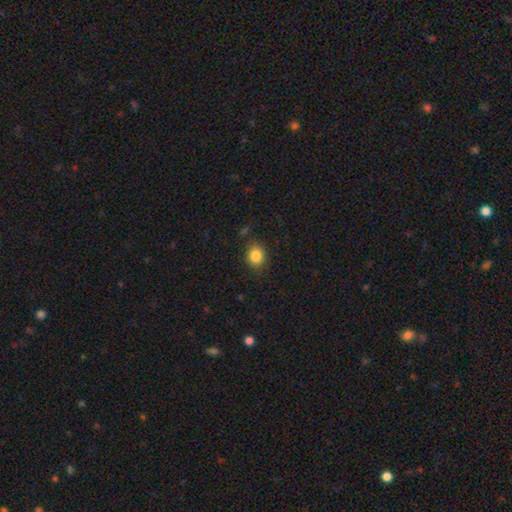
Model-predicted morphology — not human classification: Smooth or featured? smooth (85%)
How rounded? round (65%)
Merging? none (85%)